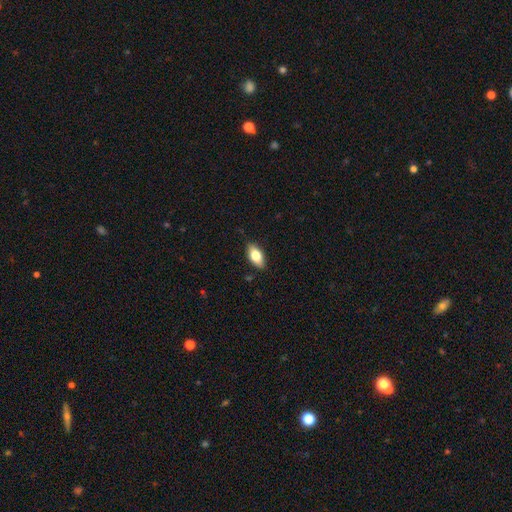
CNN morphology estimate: Smooth or featured?
  - smooth: 78% *
  - featured or disk: 15%
  - star or artifact: 7%
How rounded?
  - in between: 90% *
  - cigar-shaped: 7%
  - round: 4%
Merging?
  - none: 86% *
  - minor disturbance: 11%
  - major disturbance: 2%
  - merger: 1%